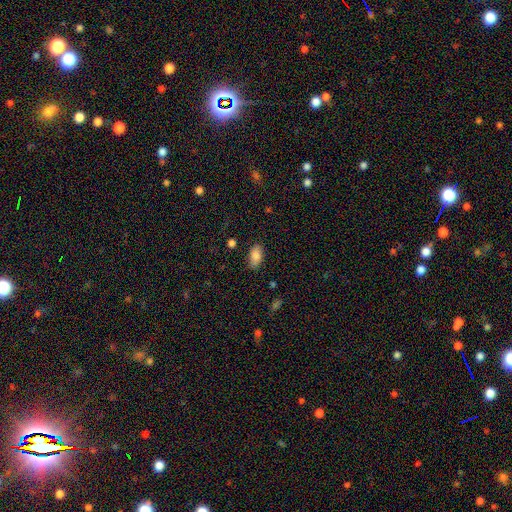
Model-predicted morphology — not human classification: Smooth or featured: smooth — 85% (featured or disk — 8%)
How rounded: in between — 93% (cigar-shaped — 4%)
Merging: none — 84% (minor disturbance — 12%)